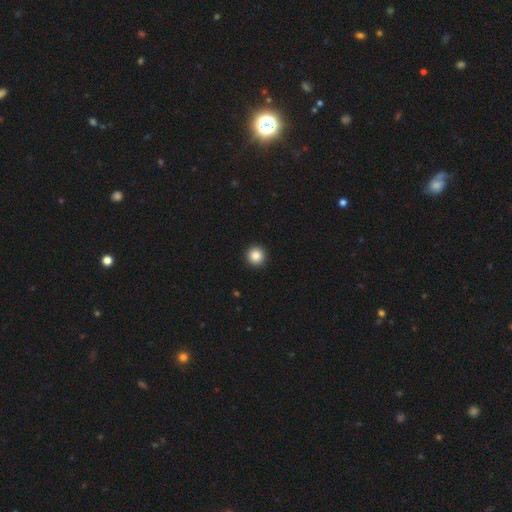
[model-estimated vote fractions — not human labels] This is clearly a smooth galaxy (86%). How rounded: clearly round (96%). Merging: clearly none (94%).